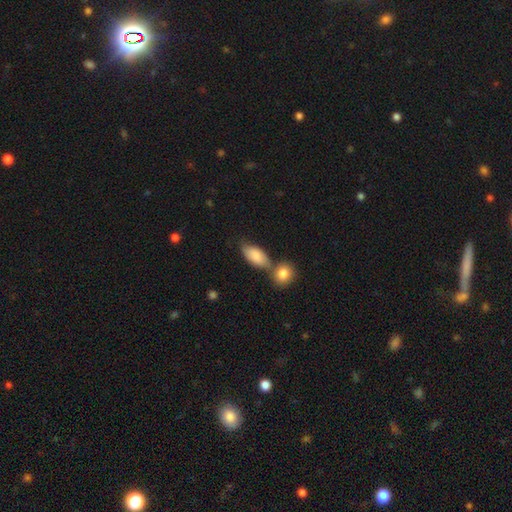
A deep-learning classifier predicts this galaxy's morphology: This appears to be a smooth galaxy with no disk features (84%) that is in between round and cigar-shaped (88%). Merging: none (44%).